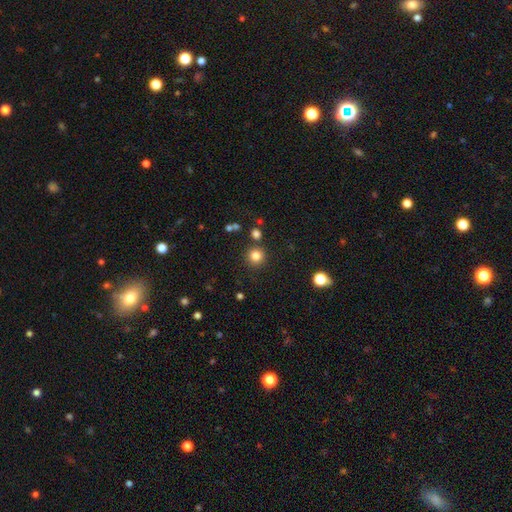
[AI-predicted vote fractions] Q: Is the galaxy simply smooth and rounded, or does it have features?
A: smooth — 82%.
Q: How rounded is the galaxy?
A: round — 94%.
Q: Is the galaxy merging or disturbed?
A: none — 86%.